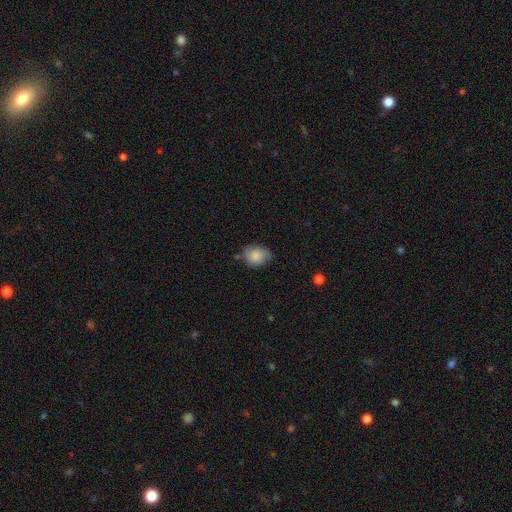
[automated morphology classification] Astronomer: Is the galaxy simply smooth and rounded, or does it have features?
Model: smooth — 81%.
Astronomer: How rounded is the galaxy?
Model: in between — 56% (runner-up: round, 43%).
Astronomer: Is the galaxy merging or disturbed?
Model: none — 59%.